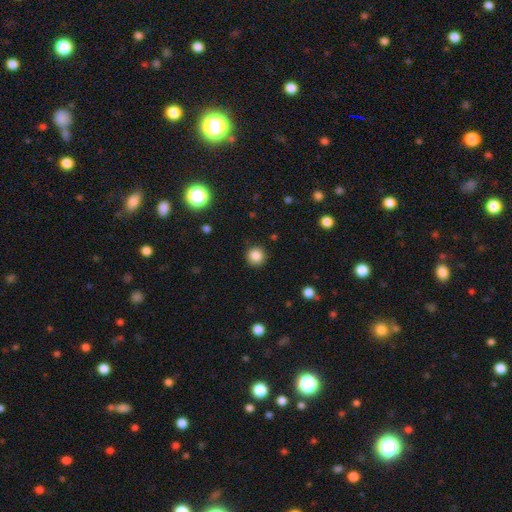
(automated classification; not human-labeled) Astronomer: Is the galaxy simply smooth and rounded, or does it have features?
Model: smooth — 85%.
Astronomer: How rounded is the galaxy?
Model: round — 94%.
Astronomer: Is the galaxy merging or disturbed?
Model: none — 91%.